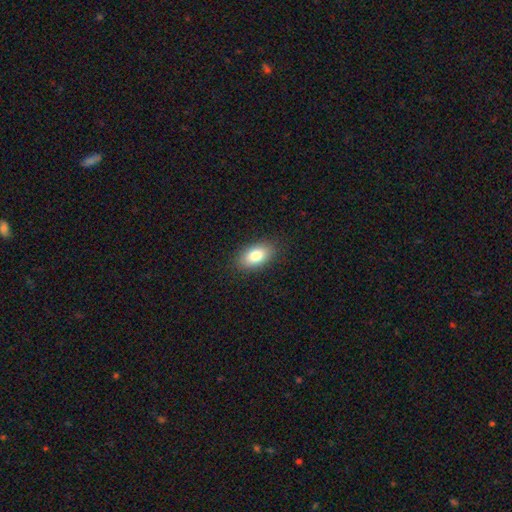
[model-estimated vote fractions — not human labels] smooth-or-featured: smooth: 82% | featured or disk: 11% | star or artifact: 8%
  how-rounded: in between: 92% | round: 6% | cigar-shaped: 2%
  merging: none: 88% | minor disturbance: 9% | major disturbance: 2% | merger: 1%